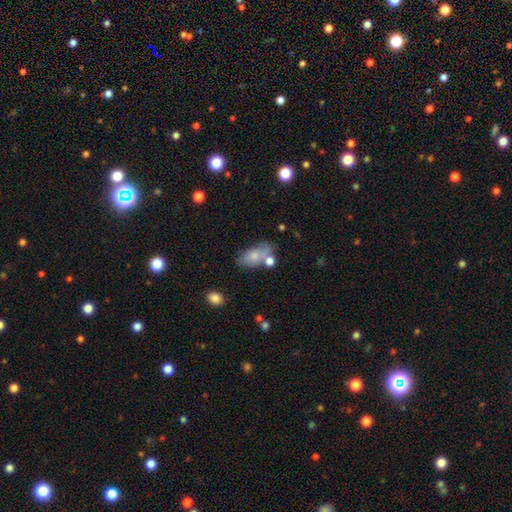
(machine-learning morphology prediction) smooth_or_featured: smooth (p=0.70) [alt: featured or disk p=0.22]
how_rounded: in between (p=0.89) [alt: round p=0.06]
merging: none (p=0.50) [alt: minor disturbance p=0.22]